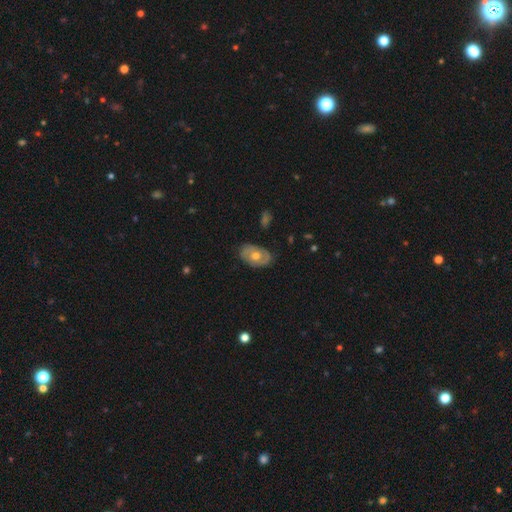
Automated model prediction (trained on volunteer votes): smooth-or-featured: featured or disk: 55% | smooth: 39% | star or artifact: 6%
  disk-edge-on: no: 92% | yes: 8%
    bar: no: 83% | weak: 14% | strong: 3%
    has-spiral-arms: no: 60% | yes: 40%
    bulge-size: moderate: 78% | small: 10% | large: 10% | none: 1% | dominant: 1%
  merging: none: 81% | minor disturbance: 15% | major disturbance: 3% | merger: 1%